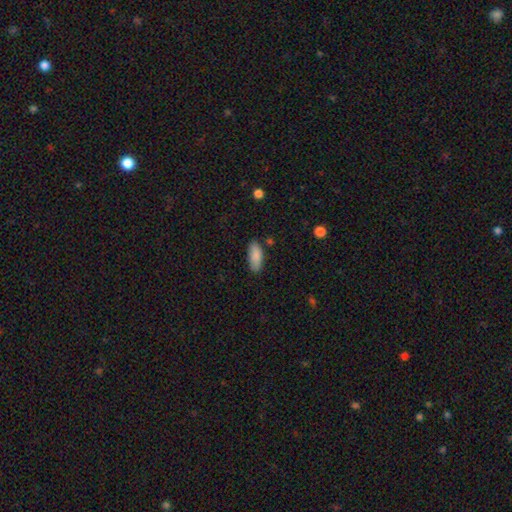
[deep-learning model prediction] This appears to be a smooth galaxy with no disk features (88%) that is in between round and cigar-shaped (83%). Merging: none (84%).